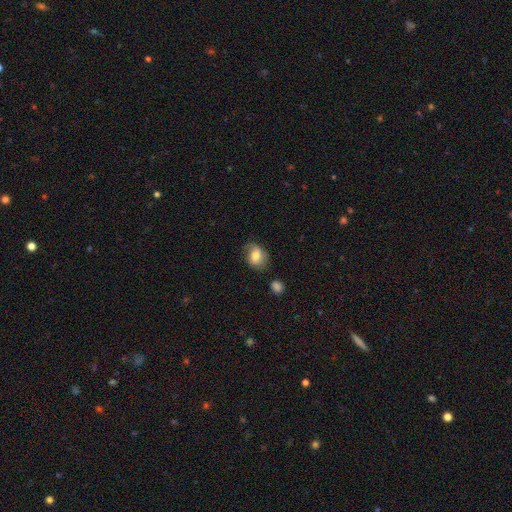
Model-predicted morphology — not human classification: Overall: smooth (68%). How rounded: in between (63%; round 36%). Merging: none (57%; minor disturbance 28%).